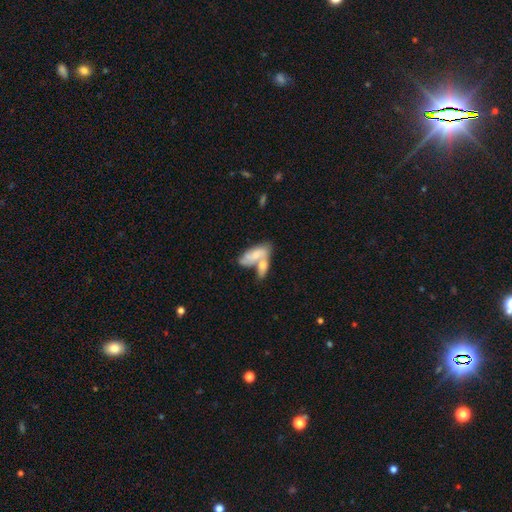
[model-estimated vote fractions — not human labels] Smooth or featured? Predicted: smooth (p=0.61). How rounded? Predicted: in between (p=0.83). Merging? Predicted: merger (p=0.62).